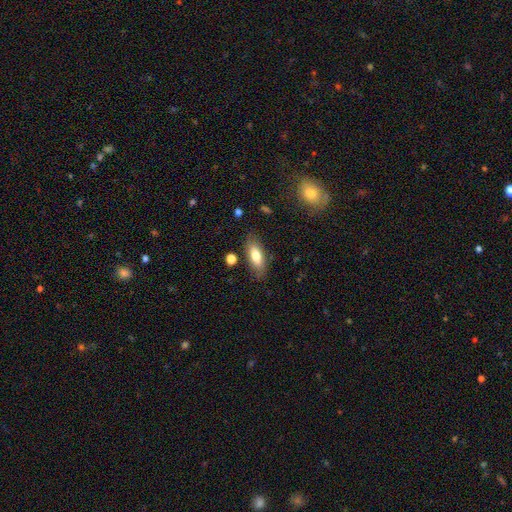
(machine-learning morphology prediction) The model was most divided on "how rounded": in between: 76%, cigar-shaped: 22%, round: 3%. More confident: merging — none (81%); smooth or featured — smooth (74%).